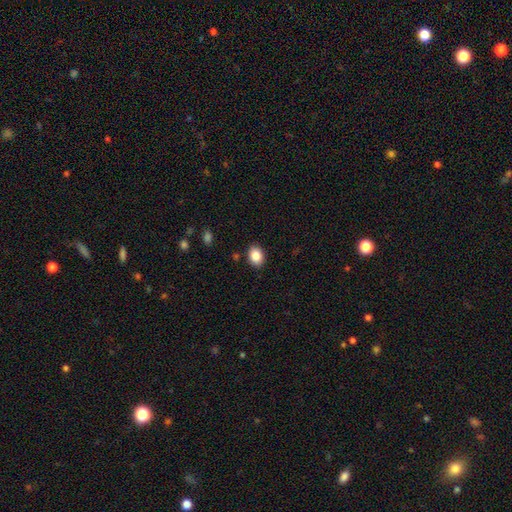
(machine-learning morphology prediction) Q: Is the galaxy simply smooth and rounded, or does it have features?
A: smooth — 86%.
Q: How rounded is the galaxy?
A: in between — 69%.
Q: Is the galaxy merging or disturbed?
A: none — 88%.